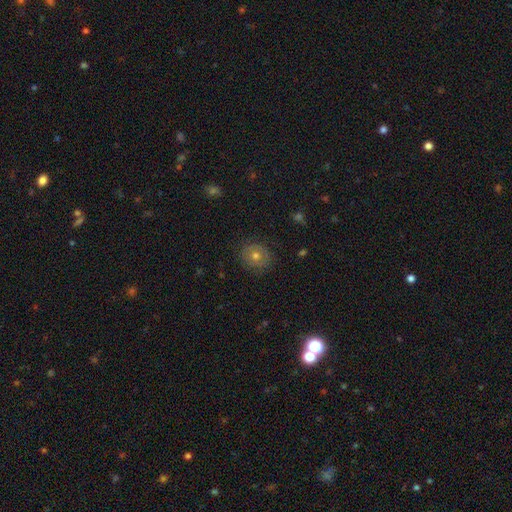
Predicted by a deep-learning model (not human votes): Smooth or featured? Predicted: smooth (p=0.56). How rounded? Predicted: round (p=0.80). Merging? Predicted: none (p=0.86).